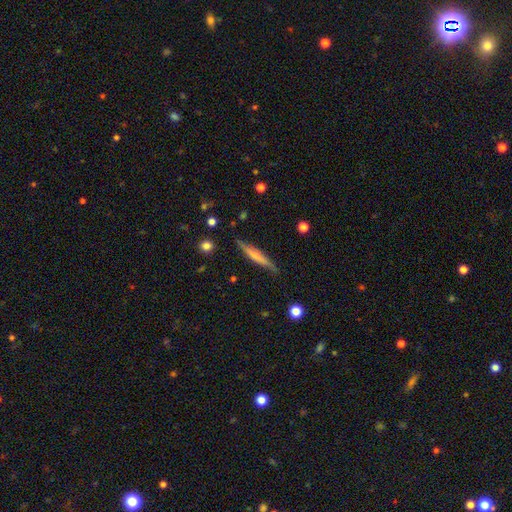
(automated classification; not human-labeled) smooth-or-featured: smooth: 50% | featured or disk: 45% | star or artifact: 6%
  merging: none: 85% | minor disturbance: 12% | major disturbance: 2% | merger: 2%